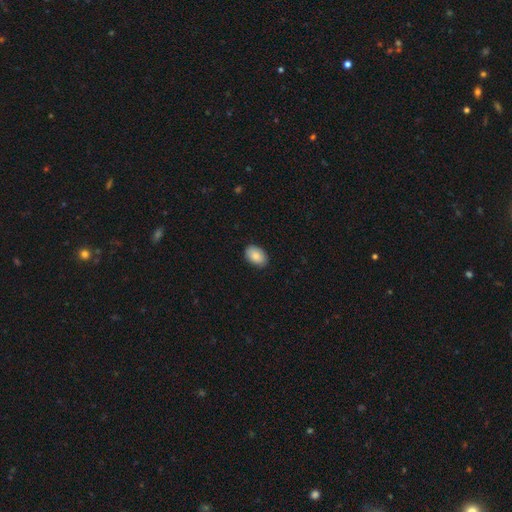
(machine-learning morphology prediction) smooth-or-featured: smooth: 85% | featured or disk: 8% | star or artifact: 7%
  how-rounded: in between: 87% | round: 12% | cigar-shaped: 1%
  merging: none: 87% | minor disturbance: 10% | major disturbance: 2% | merger: 1%